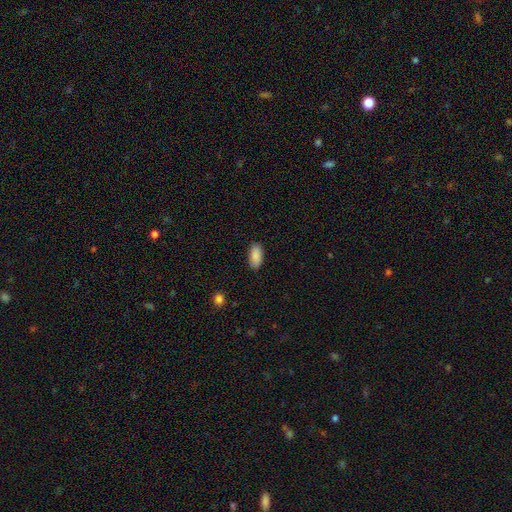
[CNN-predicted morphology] A smooth galaxy with no disk features (89%) that is in between round and cigar-shaped (91%). Merging: none (87%).